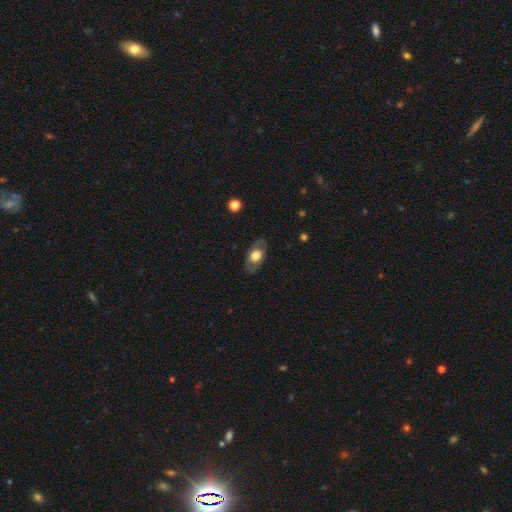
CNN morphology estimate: Smooth or featured? smooth (51%)
How rounded? in between (88%)
Merging? none (82%)